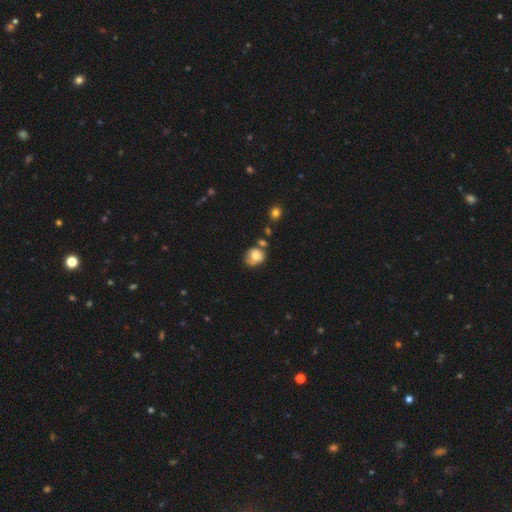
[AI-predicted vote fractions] This is likely a smooth galaxy (71%). How rounded: likely round (73%). Merging: possibly none (50%).